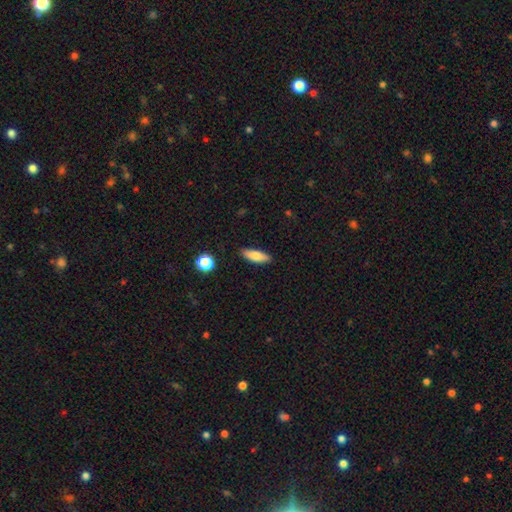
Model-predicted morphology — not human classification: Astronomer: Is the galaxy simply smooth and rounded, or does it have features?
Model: smooth — 78%.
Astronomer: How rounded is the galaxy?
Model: in between — 57% (runner-up: cigar-shaped, 40%).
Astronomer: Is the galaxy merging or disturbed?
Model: none — 88%.